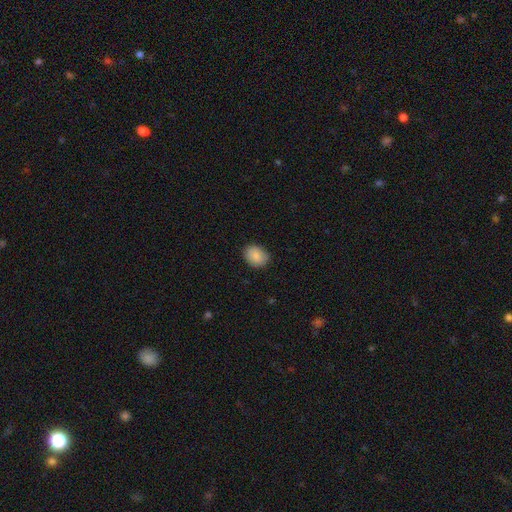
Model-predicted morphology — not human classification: Overall: smooth (87%). How rounded: in between (52%; round 47%). Merging: none (84%).